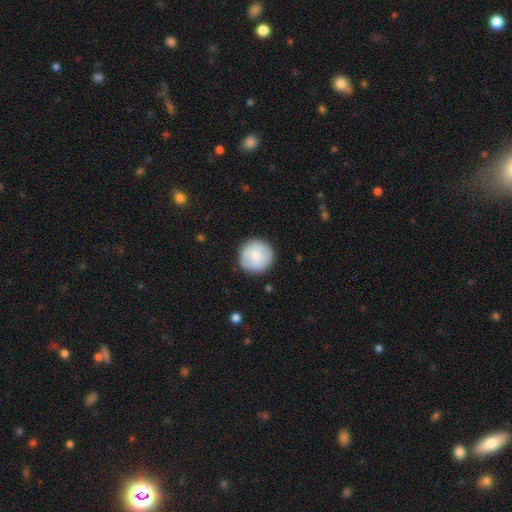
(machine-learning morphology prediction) This is likely a smooth galaxy (69%). How rounded: clearly round (95%). Merging: clearly none (88%).